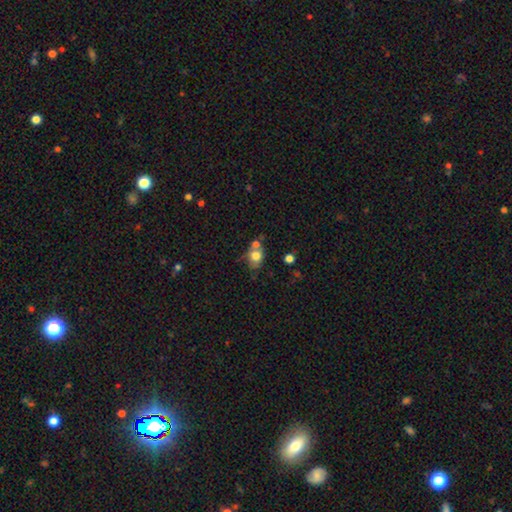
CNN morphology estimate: Smooth or featured? smooth (72%)
How rounded? round (54%)
Merging? none (39%)